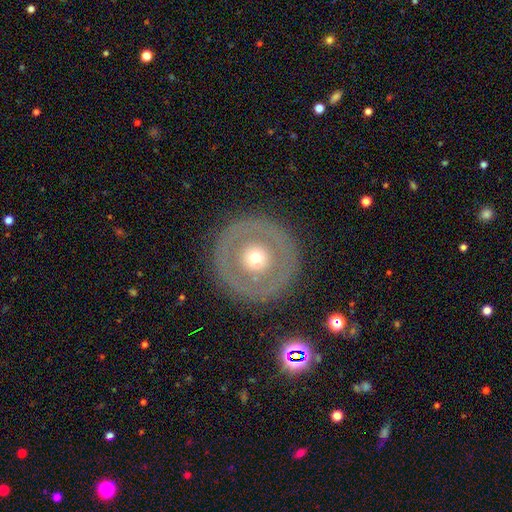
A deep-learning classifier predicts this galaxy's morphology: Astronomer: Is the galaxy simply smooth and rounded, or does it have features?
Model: featured or disk — 52% (runner-up: smooth, 40%).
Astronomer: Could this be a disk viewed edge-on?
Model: no — 94%.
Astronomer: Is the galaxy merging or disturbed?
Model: none — 86%.